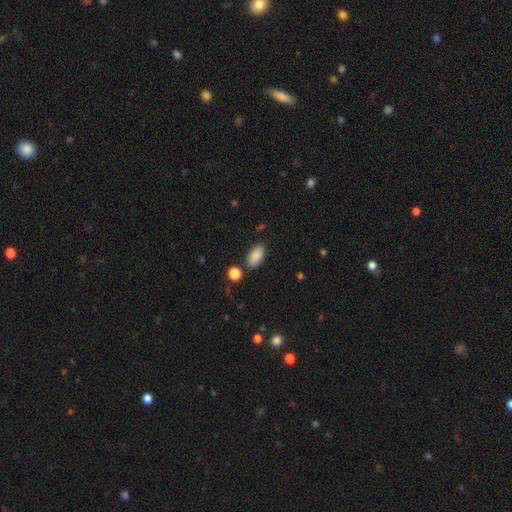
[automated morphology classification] The model was most divided on "merging": none: 82%, minor disturbance: 11%, merger: 5%, major disturbance: 3%. More confident: how rounded — in between (93%); smooth or featured — smooth (88%).